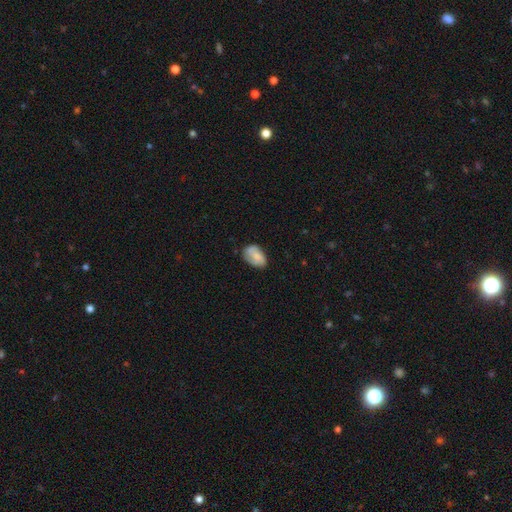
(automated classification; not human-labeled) Smooth or featured? Predicted: smooth (p=0.65). How rounded? Predicted: in between (p=0.86). Merging? Predicted: none (p=0.64).